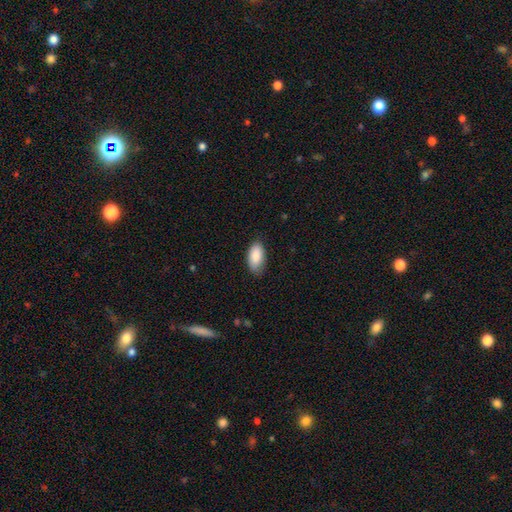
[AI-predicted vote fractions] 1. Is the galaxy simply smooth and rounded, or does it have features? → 87% smooth, 7% featured or disk, 6% star or artifact.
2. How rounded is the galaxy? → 94% in between, 4% cigar-shaped, 3% round.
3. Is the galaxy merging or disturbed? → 76% none, 19% minor disturbance, 3% major disturbance, 1% merger.